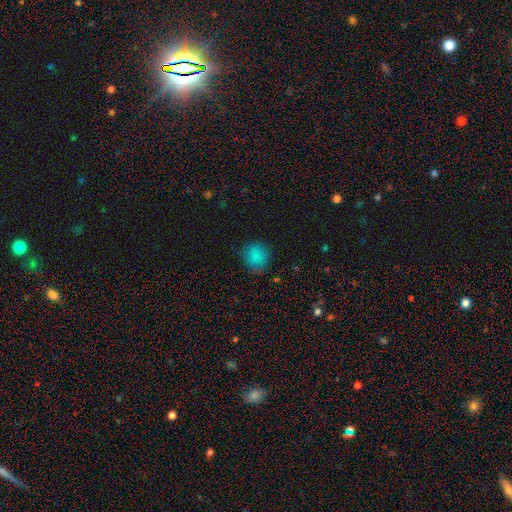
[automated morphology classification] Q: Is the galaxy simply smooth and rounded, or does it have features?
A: smooth — 80%.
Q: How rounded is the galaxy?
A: round — 78%.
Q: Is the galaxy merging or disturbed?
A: none — 78%.